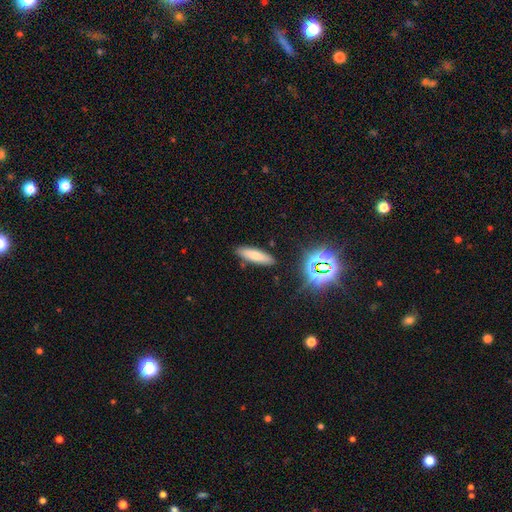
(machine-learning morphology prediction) Smooth or featured? smooth (72%)
How rounded? cigar-shaped (59%)
Merging? none (86%)